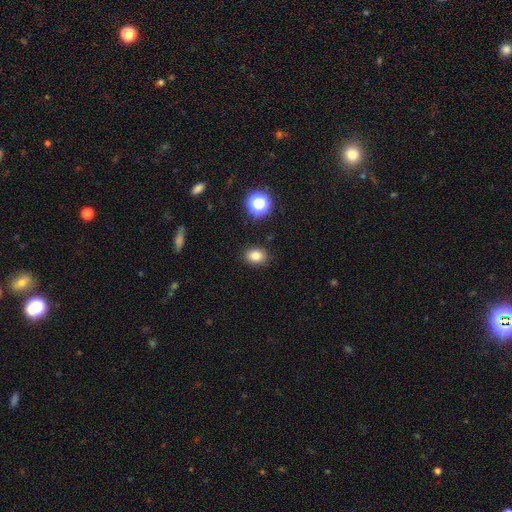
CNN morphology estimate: A smooth galaxy with no disk features (81%) that is in between round and cigar-shaped (60%). Merging: none (87%).